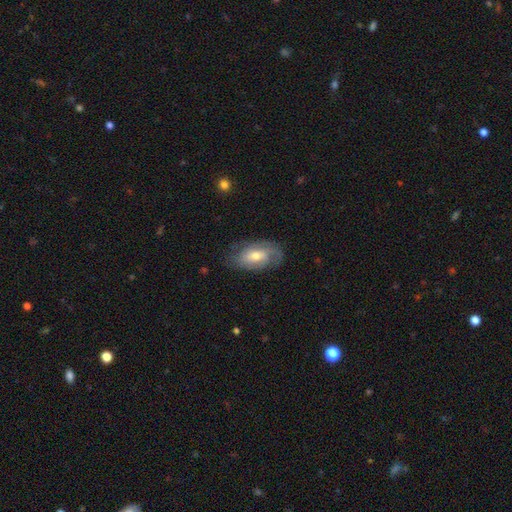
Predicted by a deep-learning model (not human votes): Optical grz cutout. It shows a featured or disk galaxy (59%) with no bar (57%), spiral arms (80%) and a moderate central bulge (60%). Merging: none (70%).